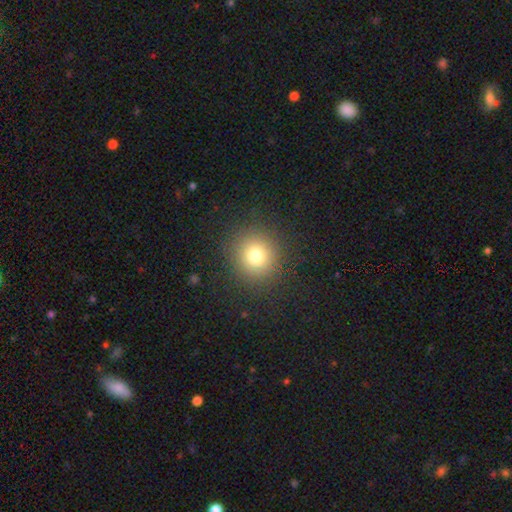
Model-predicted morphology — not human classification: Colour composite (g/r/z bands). It shows a smooth galaxy with no disk features (76%) that is round (92%). Merging: none (89%).